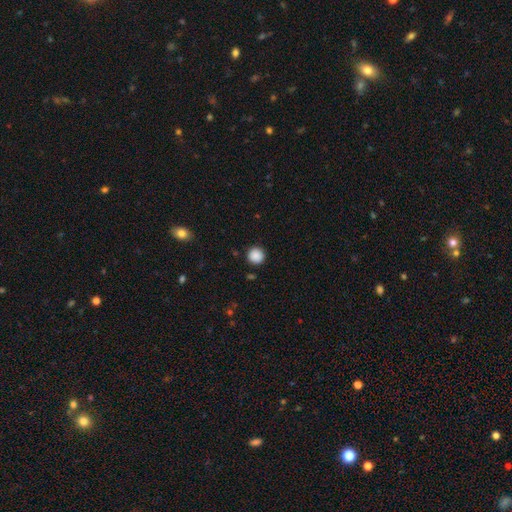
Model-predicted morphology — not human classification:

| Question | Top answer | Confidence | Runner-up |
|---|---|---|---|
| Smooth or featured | smooth | 88% | star or artifact (9%) |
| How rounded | round | 96% | in between (4%) |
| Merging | none | 91% | minor disturbance (6%) |